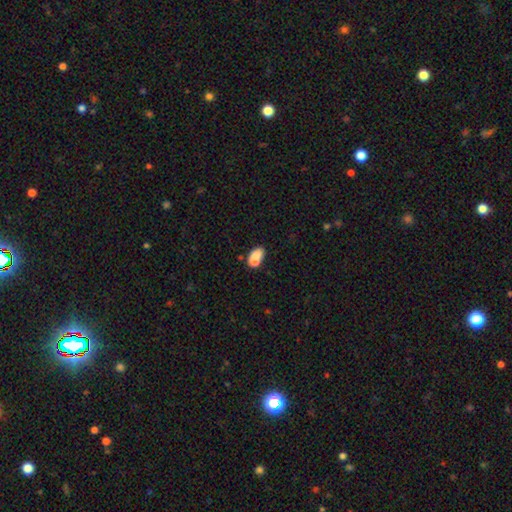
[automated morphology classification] smooth 75%, featured or disk 15%, star or artifact 9%. Down the decision tree: how rounded — in between (86%); merging — none (37%).